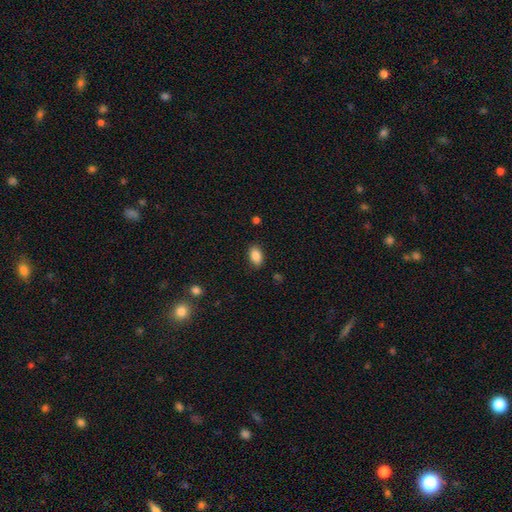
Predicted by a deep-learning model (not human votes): smooth 87%, star or artifact 8%, featured or disk 5%. Down the decision tree: how rounded — in between (88%); merging — none (86%).